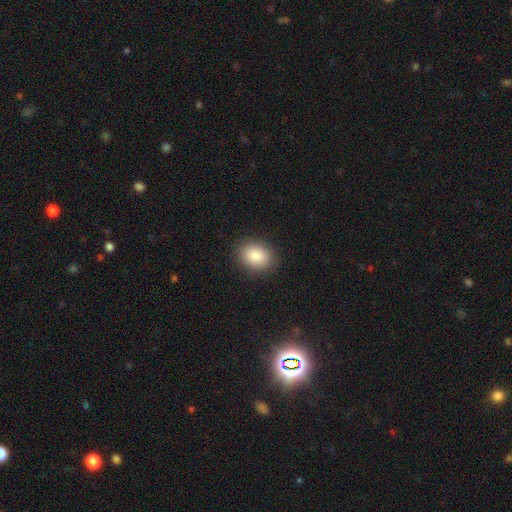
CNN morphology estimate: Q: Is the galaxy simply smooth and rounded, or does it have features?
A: smooth — 87%.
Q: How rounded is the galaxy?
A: in between — 65%.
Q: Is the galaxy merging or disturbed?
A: none — 89%.